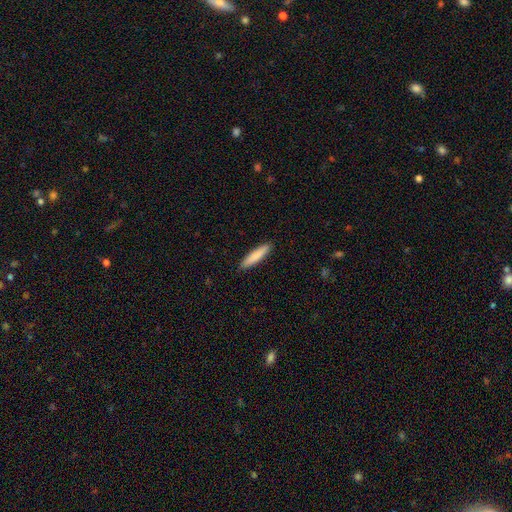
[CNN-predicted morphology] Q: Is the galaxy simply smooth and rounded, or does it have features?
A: smooth — 84%.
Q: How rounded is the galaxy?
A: cigar-shaped — 84%.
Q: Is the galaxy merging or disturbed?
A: none — 91%.